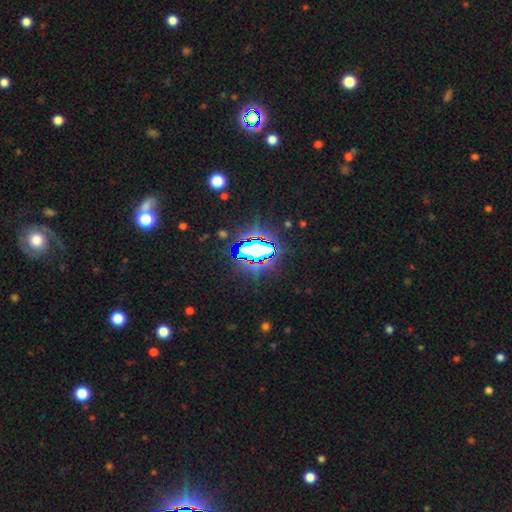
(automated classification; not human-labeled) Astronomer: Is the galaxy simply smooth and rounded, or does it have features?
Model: star or artifact — 72%.